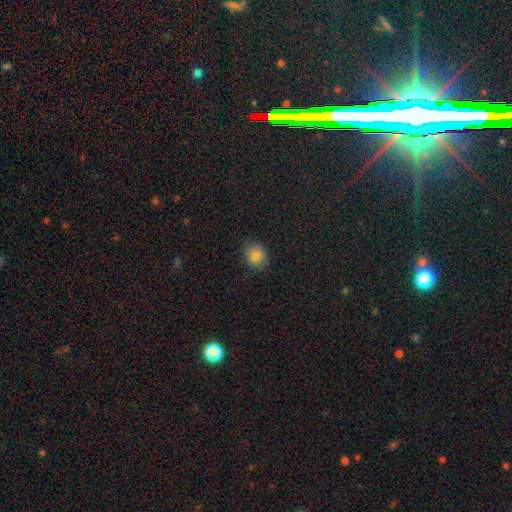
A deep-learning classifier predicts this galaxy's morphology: Smooth or featured?
  - smooth: 84% *
  - star or artifact: 10%
  - featured or disk: 6%
How rounded?
  - round: 61% *
  - in between: 38%
  - cigar-shaped: 1%
Merging?
  - none: 83% *
  - minor disturbance: 13%
  - major disturbance: 3%
  - merger: 1%